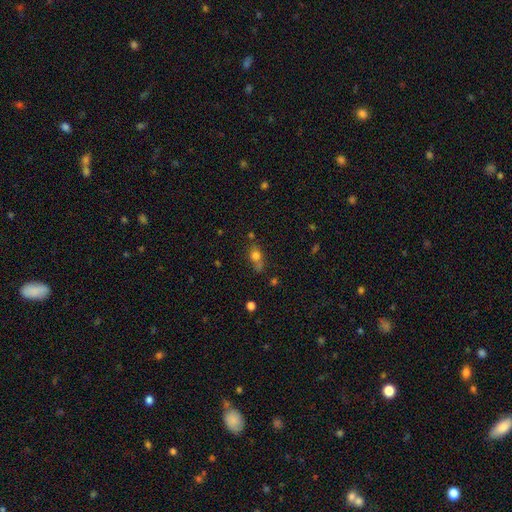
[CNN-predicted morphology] smooth_or_featured: smooth (p=0.74) [alt: star or artifact p=0.15]
how_rounded: round (p=0.58) [alt: in between p=0.38]
merging: none (p=0.49) [alt: merger p=0.26]